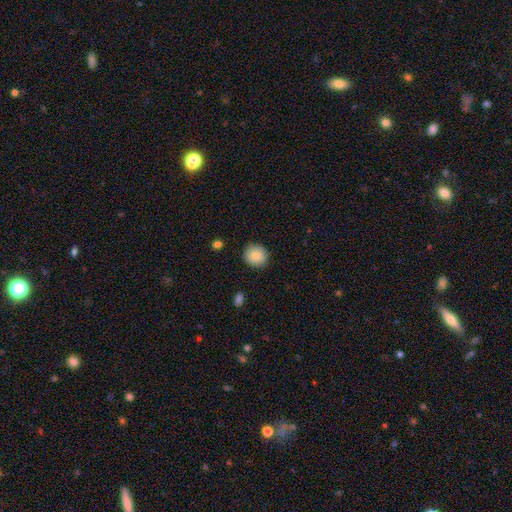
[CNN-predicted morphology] Smooth or featured: smooth — 86% (star or artifact — 8%)
How rounded: round — 88% (in between — 11%)
Merging: none — 89% (minor disturbance — 7%)